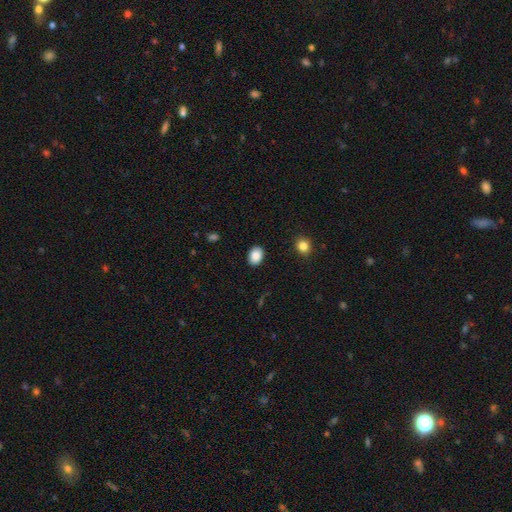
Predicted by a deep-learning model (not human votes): Smooth or featured: smooth — 85% (star or artifact — 8%)
How rounded: in between — 73% (round — 26%)
Merging: none — 89% (minor disturbance — 8%)